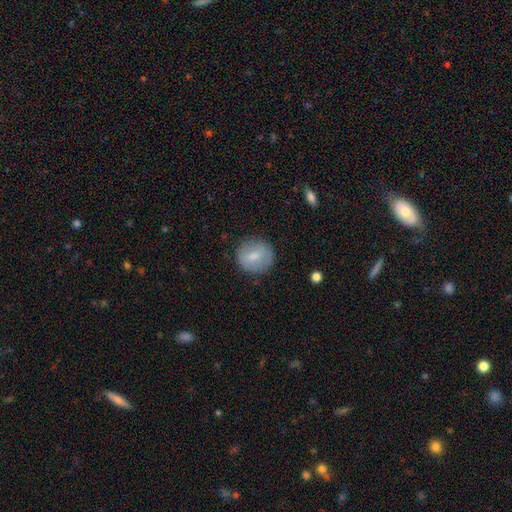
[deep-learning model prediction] Smooth or featured? Predicted: smooth (p=0.73). How rounded? Predicted: round (p=0.88). Merging? Predicted: none (p=0.82).